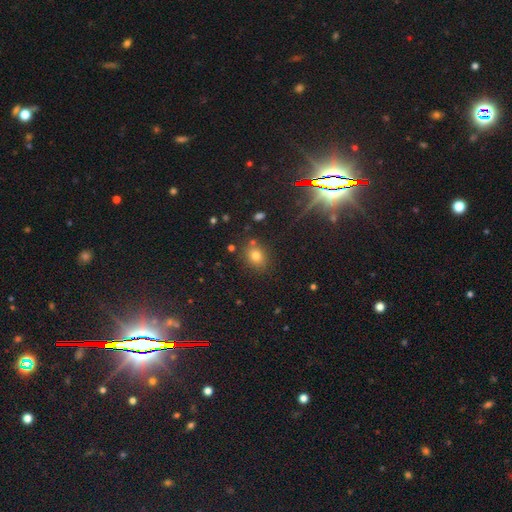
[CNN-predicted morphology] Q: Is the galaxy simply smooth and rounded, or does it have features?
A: smooth — 72%.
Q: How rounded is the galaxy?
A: round — 51%.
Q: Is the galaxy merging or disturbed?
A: none — 80%.